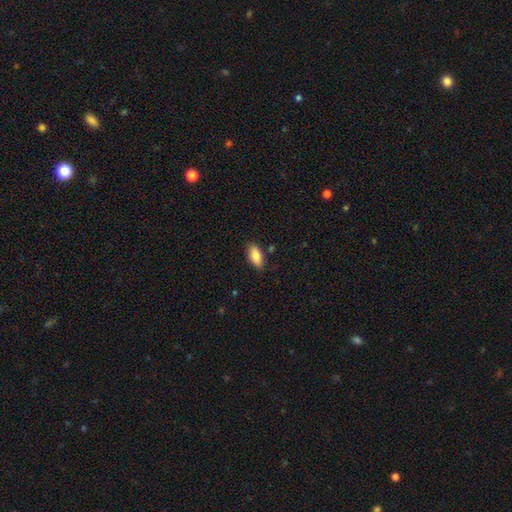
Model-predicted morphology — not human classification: This is clearly a smooth galaxy (84%). How rounded: clearly in between (89%). Merging: clearly none (84%).